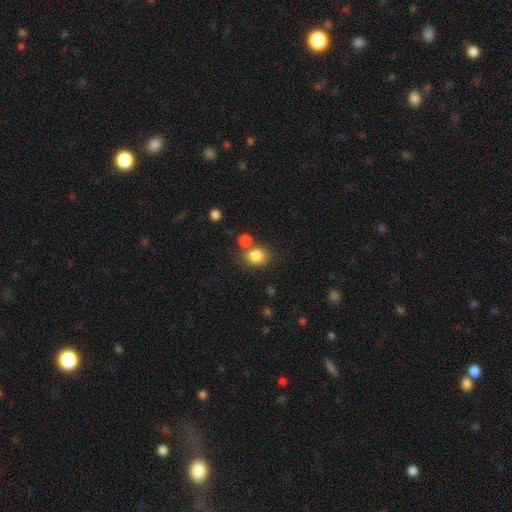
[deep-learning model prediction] smooth_or_featured: smooth (p=0.84) [alt: star or artifact p=0.10]
how_rounded: round (p=0.58) [alt: in between p=0.41]
merging: none (p=0.61) [alt: merger p=0.23]